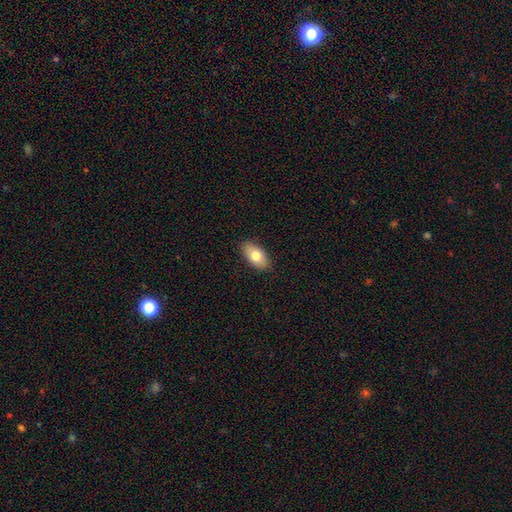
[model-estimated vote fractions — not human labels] Smooth or featured?
  - smooth: 76% *
  - featured or disk: 17%
  - star or artifact: 7%
How rounded?
  - in between: 92% *
  - cigar-shaped: 4%
  - round: 4%
Merging?
  - none: 88% *
  - minor disturbance: 9%
  - major disturbance: 2%
  - merger: 1%